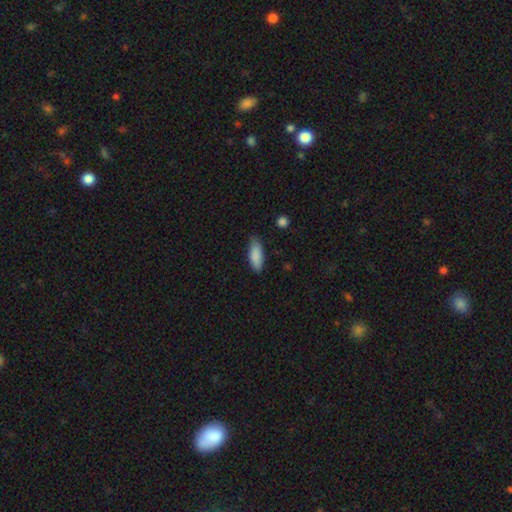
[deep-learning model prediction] A smooth galaxy with no disk features (88%) that is in between round and cigar-shaped (72%). Merging: none (78%).